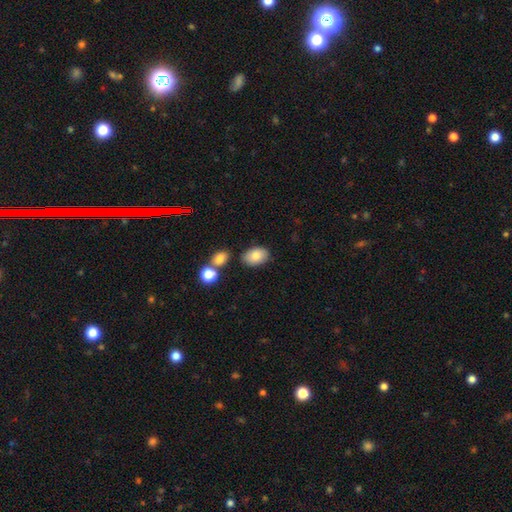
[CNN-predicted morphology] A smooth galaxy with no disk features (83%) that is in between round and cigar-shaped (87%). Merging: none (77%).